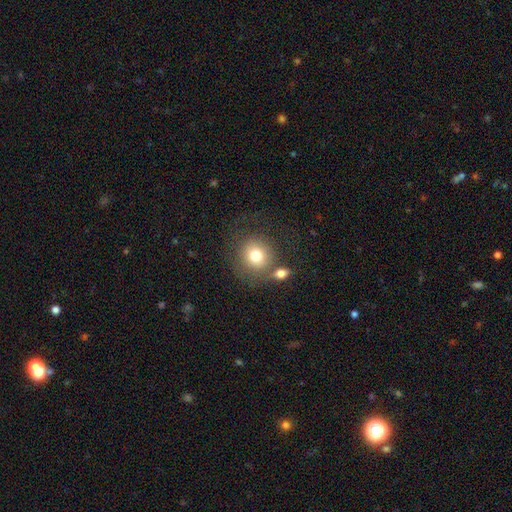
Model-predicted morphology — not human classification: smooth 77%, featured or disk 13%, star or artifact 10%. Down the decision tree: how rounded — round (86%); merging — none (58%).